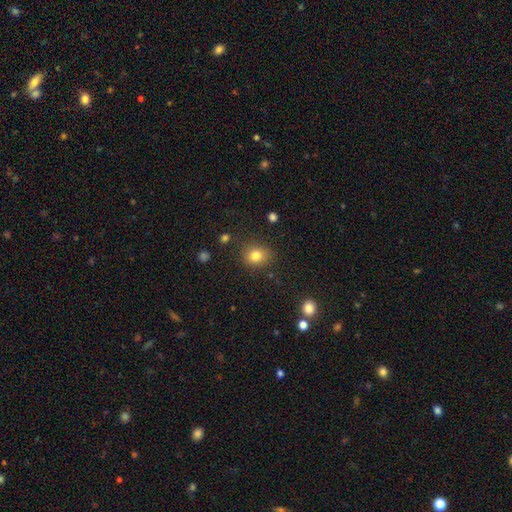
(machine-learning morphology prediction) smooth 80%, star or artifact 13%, featured or disk 7%. Down the decision tree: how rounded — round (71%); merging — none (83%).